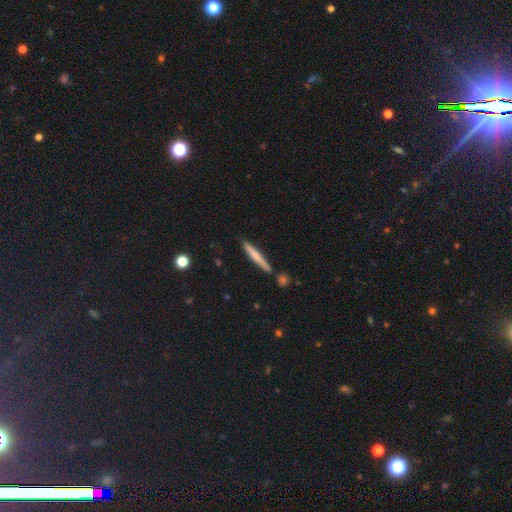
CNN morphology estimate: smooth 61%, featured or disk 33%, star or artifact 6%. Down the decision tree: how rounded — cigar-shaped (95%); merging — none (83%).